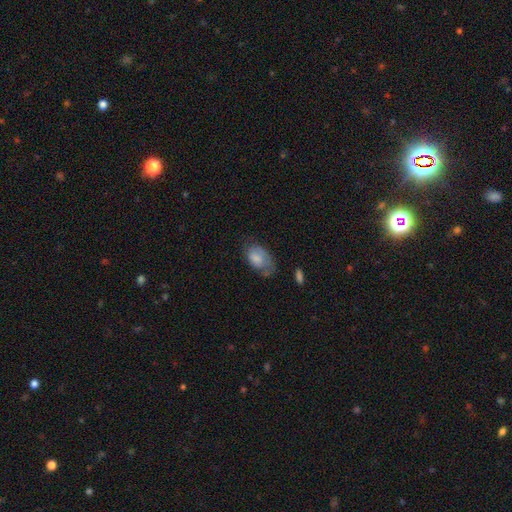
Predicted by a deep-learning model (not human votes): This is likely a smooth galaxy (68%). How rounded: clearly in between (88%). Merging: marginally none (40%).